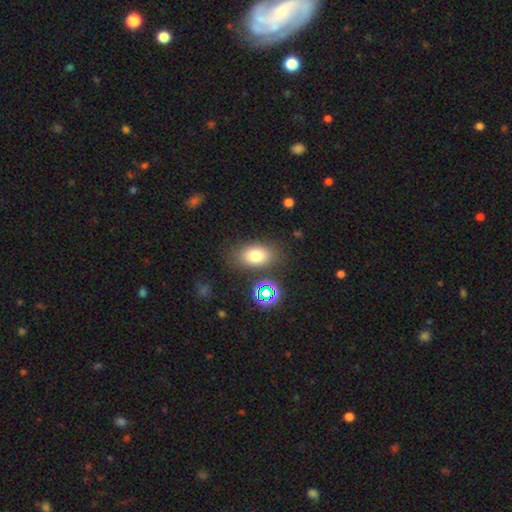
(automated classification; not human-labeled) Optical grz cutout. It shows a smooth galaxy with no disk features (76%) that is in between round and cigar-shaped (85%). Merging: none (79%).